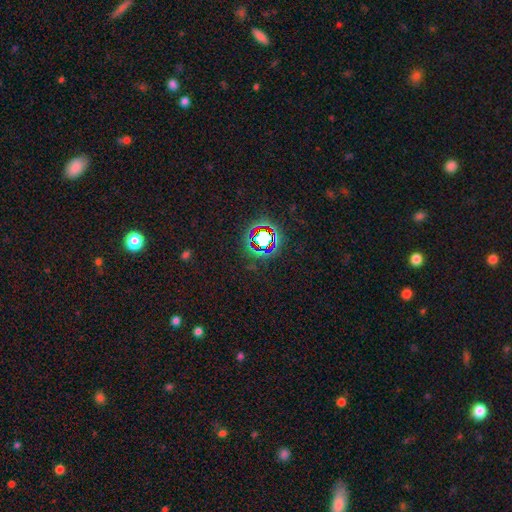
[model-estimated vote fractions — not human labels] smooth_or_featured: star or artifact (p=0.75) [alt: smooth p=0.15]